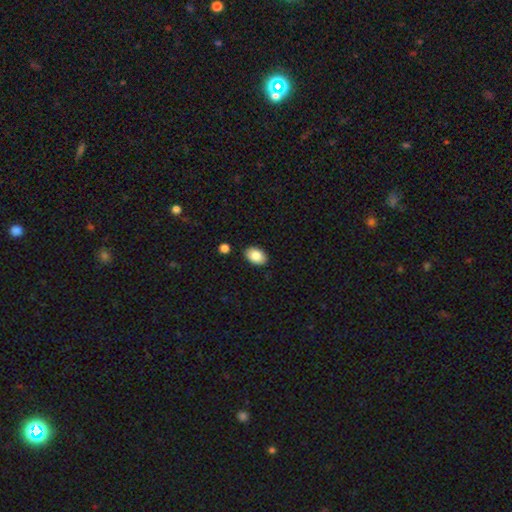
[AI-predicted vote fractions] Smooth or featured? smooth (86%)
How rounded? in between (89%)
Merging? none (86%)